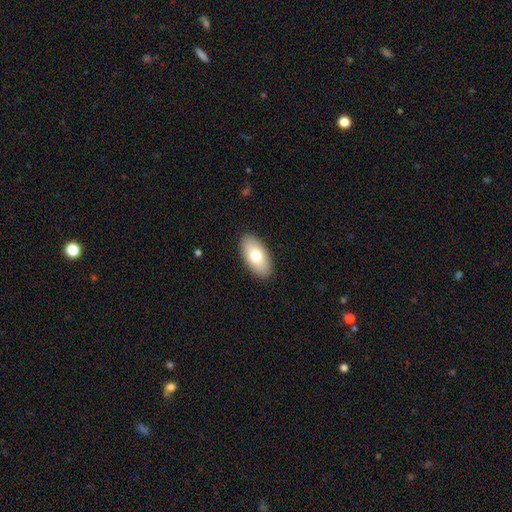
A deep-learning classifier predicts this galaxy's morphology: smooth 75%, featured or disk 19%, star or artifact 6%. Down the decision tree: how rounded — in between (93%); merging — none (90%).